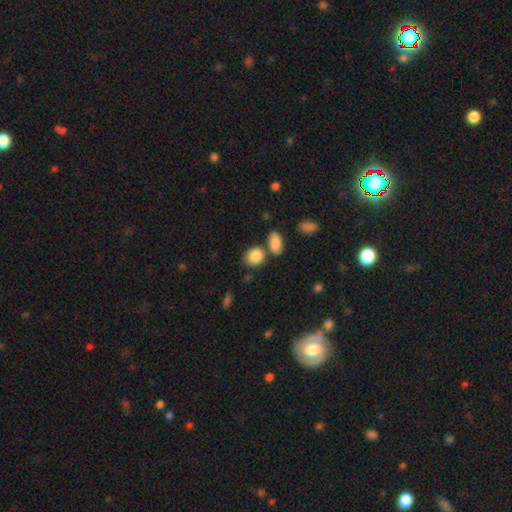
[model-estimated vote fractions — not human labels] A smooth galaxy with no disk features (87%) that is round (50%). Merging: none (61%).